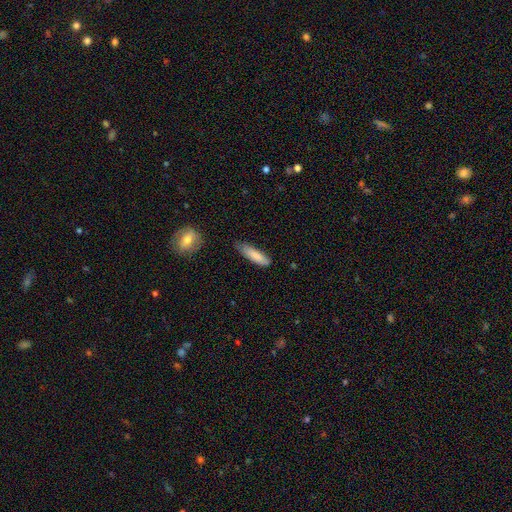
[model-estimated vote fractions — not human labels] A smooth galaxy with no disk features (83%) that is cigar-shaped (62%).

Vote fractions:
- Smooth or featured? smooth: 83% / featured or disk: 11% / star or artifact: 6%
- How rounded? cigar-shaped: 62% / in between: 36% / round: 1%
- Merging? none: 67% / minor disturbance: 27% / major disturbance: 5% / merger: 2%